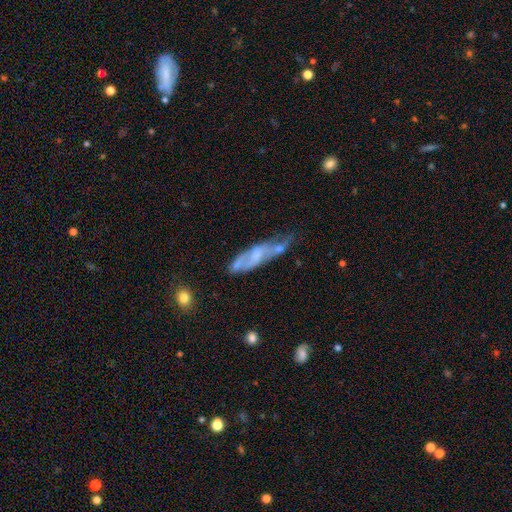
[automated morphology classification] Overall: featured or disk (56%; smooth 36%). Edge-on disk: no (71%). Merging: none (31%; minor disturbance 28%).